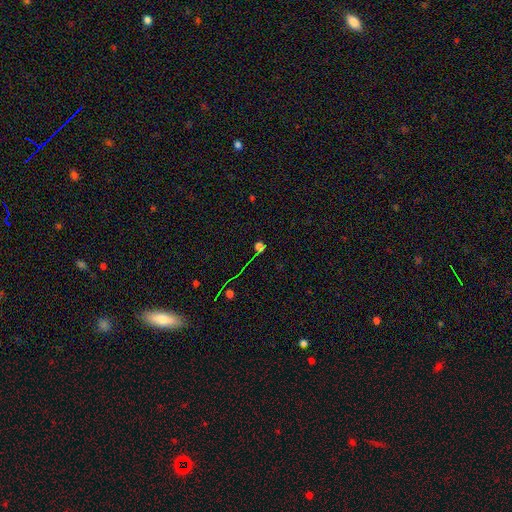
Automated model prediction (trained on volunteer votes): Smooth or featured? star or artifact (43%)